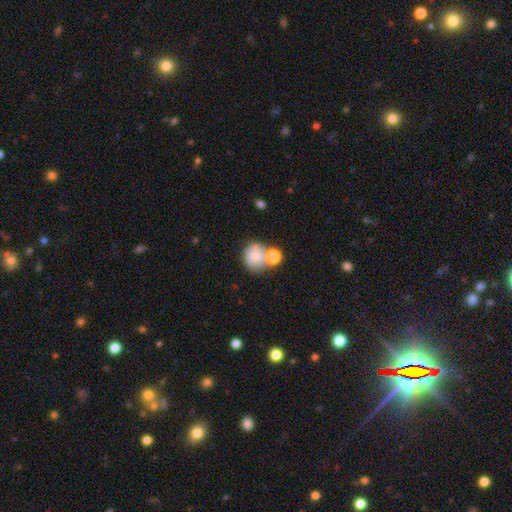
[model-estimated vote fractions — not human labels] Smooth or featured? Predicted: smooth (p=0.75). How rounded? Predicted: round (p=0.75). Merging? Predicted: none (p=0.41).